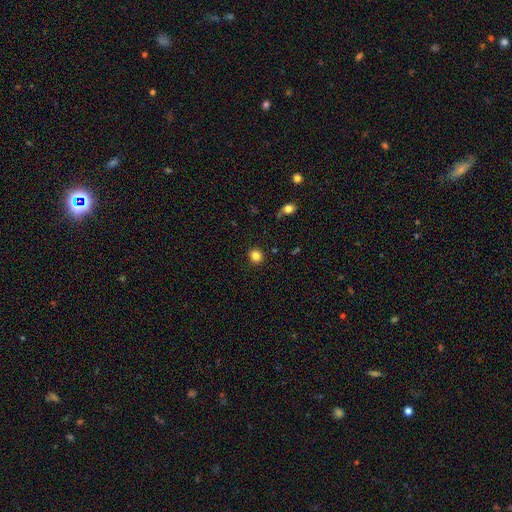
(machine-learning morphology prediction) Overall: smooth (84%). How rounded: round (86%). Merging: none (90%).